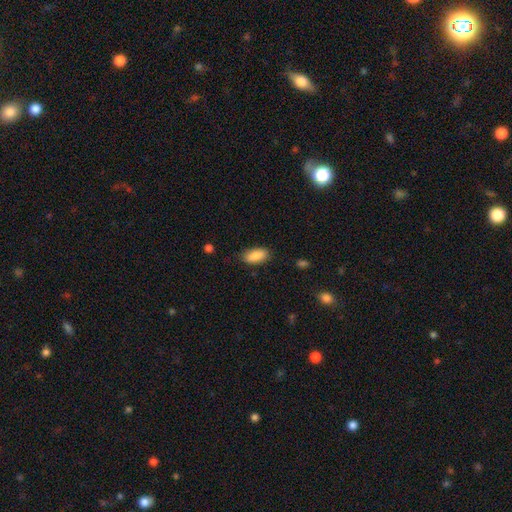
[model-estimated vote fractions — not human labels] A smooth galaxy with no disk features (88%) that is in between round and cigar-shaped (89%). Merging: none (83%).